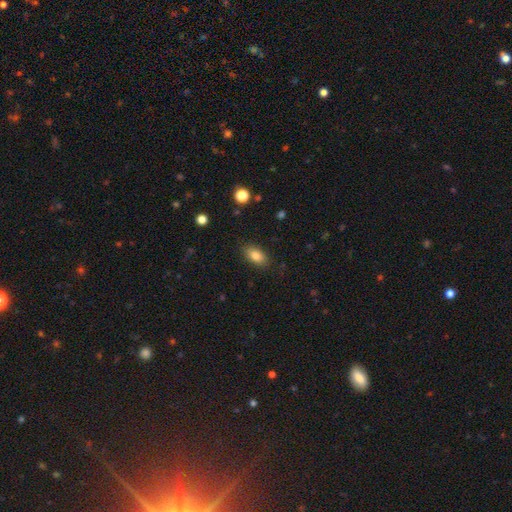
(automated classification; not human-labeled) Q: Smooth or featured?
A: smooth (83%); runner-up: star or artifact (9%)
Q: How rounded?
A: in between (88%); runner-up: round (7%)
Q: Merging?
A: none (86%); runner-up: minor disturbance (10%)